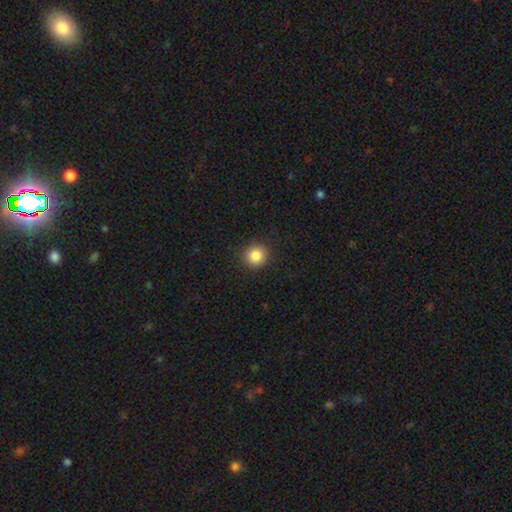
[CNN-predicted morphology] smooth 85%, star or artifact 10%, featured or disk 5%. Down the decision tree: how rounded — round (91%); merging — none (91%).